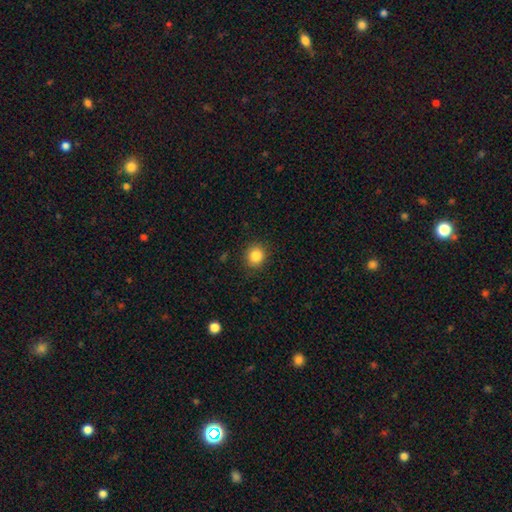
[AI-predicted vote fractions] A smooth galaxy with no disk features (85%) that is round (85%).

Vote fractions:
- Smooth or featured? smooth: 85% / star or artifact: 10% / featured or disk: 5%
- How rounded? round: 85% / in between: 14% / cigar-shaped: 1%
- Merging? none: 88% / minor disturbance: 8% / major disturbance: 3% / merger: 1%